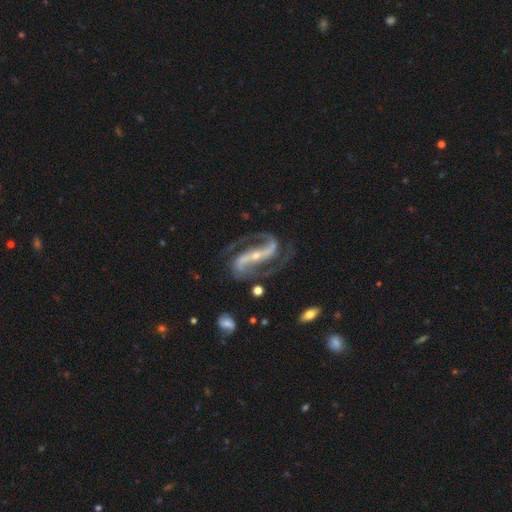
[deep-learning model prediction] Q: Smooth or featured?
A: featured or disk (93%); runner-up: star or artifact (4%)
Q: Edge-on disk?
A: no (96%); runner-up: yes (4%)
Q: Bar?
A: strong (74%); runner-up: weak (16%)
Q: Spiral arms?
A: yes (98%); runner-up: no (2%)
Q: Spiral winding?
A: medium (57%); runner-up: loose (25%)
Q: Spiral arm count?
A: 2 (94%); runner-up: can't tell (2%)
Q: Bulge size?
A: small (74%); runner-up: moderate (22%)
Q: Merging?
A: none (75%); runner-up: minor disturbance (14%)